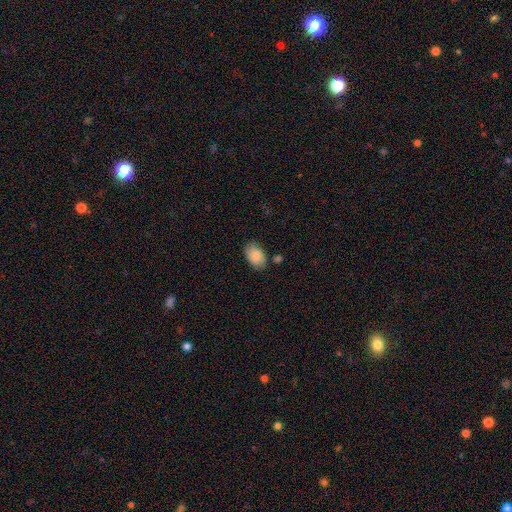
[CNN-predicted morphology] Smooth or featured? smooth (82%)
How rounded? in between (90%)
Merging? none (72%)